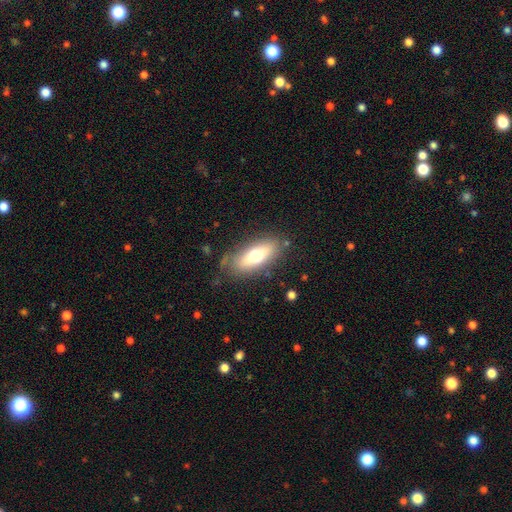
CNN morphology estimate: Smooth or featured? smooth (63%)
How rounded? in between (71%)
Merging? none (77%)